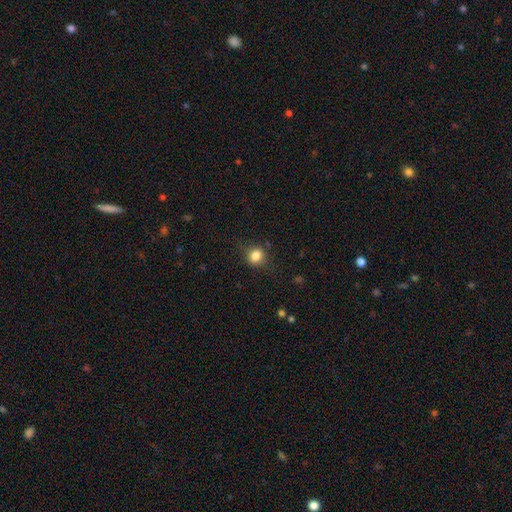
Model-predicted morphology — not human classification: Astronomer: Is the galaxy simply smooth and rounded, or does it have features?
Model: smooth — 82%.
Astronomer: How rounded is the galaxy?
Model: round — 75%.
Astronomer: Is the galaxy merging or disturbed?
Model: none — 80%.